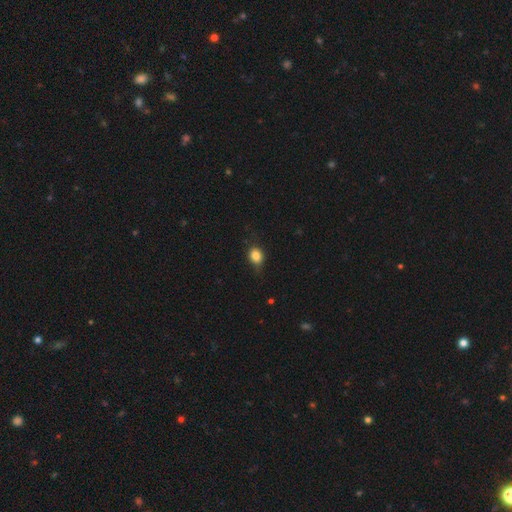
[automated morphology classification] Smooth or featured: smooth — 84% (star or artifact — 10%)
How rounded: in between — 51% (round — 48%)
Merging: none — 68% (minor disturbance — 25%)